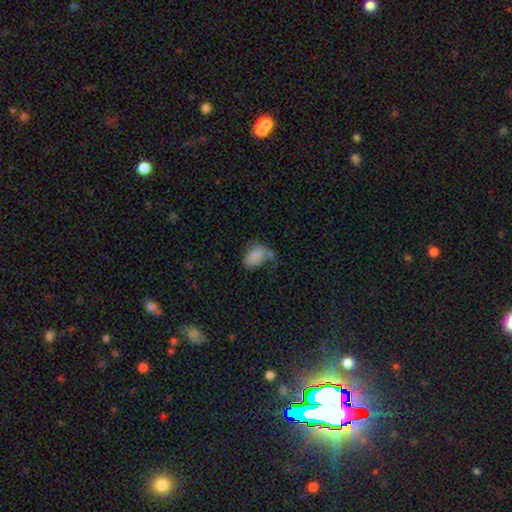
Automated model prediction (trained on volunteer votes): This is likely a smooth galaxy (77%). How rounded: clearly in between (85%). Merging: marginally none (31%).